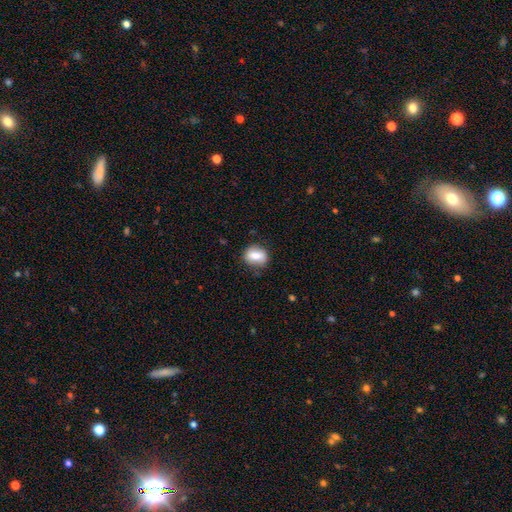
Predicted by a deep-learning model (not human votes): A smooth galaxy with no disk features (76%) that is in between round and cigar-shaped (55%).

Vote fractions:
- Smooth or featured? smooth: 76% / featured or disk: 16% / star or artifact: 8%
- How rounded? in between: 55% / round: 43% / cigar-shaped: 2%
- Merging? none: 75% / minor disturbance: 18% / major disturbance: 5% / merger: 2%